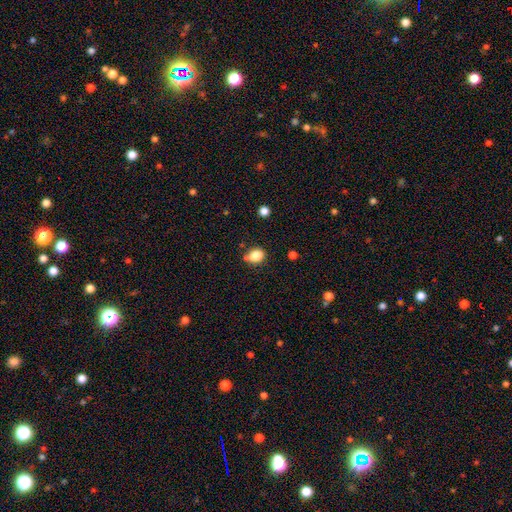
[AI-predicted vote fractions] smooth 82%, star or artifact 10%, featured or disk 7%. Down the decision tree: how rounded — in between (59%); merging — none (59%).